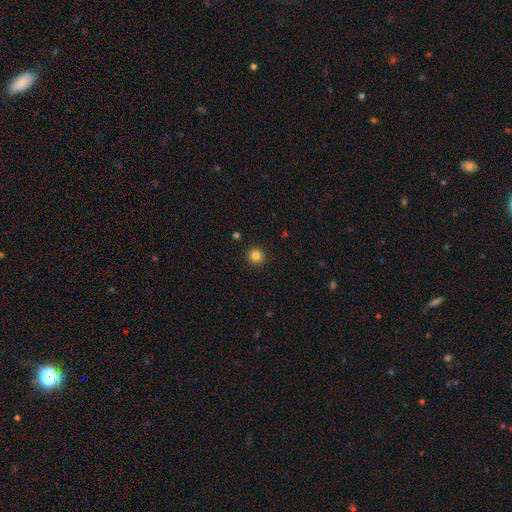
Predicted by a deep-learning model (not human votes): Smooth or featured? smooth (83%)
How rounded? round (94%)
Merging? none (93%)